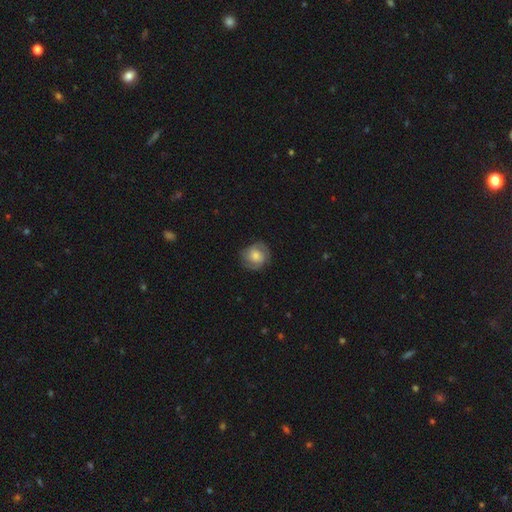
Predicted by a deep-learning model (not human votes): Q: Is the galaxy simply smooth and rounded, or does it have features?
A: featured or disk — 56%.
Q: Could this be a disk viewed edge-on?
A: no — 97%.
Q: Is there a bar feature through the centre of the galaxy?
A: no — 61%.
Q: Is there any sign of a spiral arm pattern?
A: yes — 88%.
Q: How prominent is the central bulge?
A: moderate — 40%.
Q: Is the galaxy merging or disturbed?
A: none — 77%.